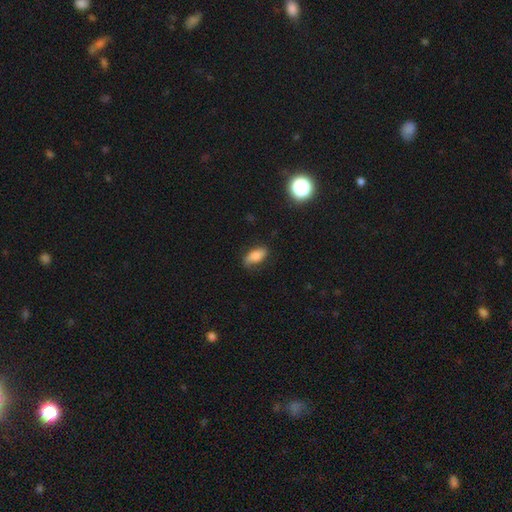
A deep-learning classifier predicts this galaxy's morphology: A smooth galaxy with no disk features (72%) that is in between round and cigar-shaped (86%).

Vote fractions:
- Smooth or featured? smooth: 72% / featured or disk: 19% / star or artifact: 9%
- How rounded? in between: 86% / cigar-shaped: 10% / round: 4%
- Merging? none: 71% / minor disturbance: 22% / major disturbance: 5% / merger: 1%